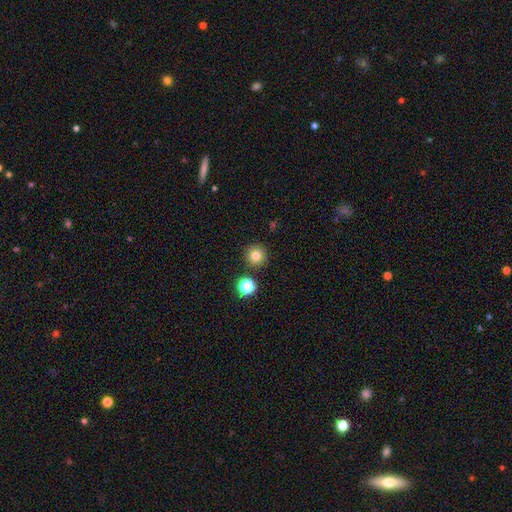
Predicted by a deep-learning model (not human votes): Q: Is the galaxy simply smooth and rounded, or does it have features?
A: smooth — 79%.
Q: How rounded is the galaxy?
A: round — 96%.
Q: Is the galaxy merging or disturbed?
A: none — 89%.